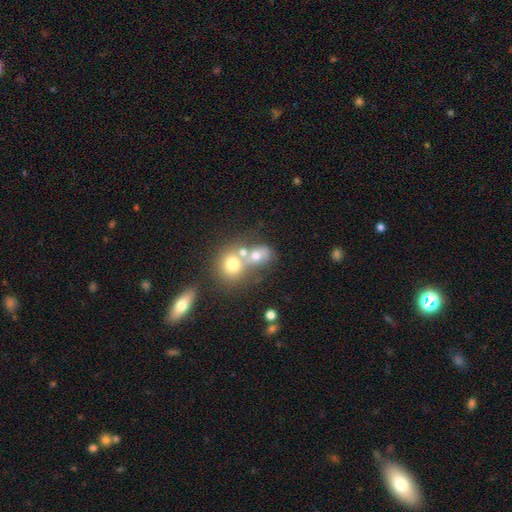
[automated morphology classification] A smooth galaxy with no disk features (63%) that is round (61%). Merging: merger (55%).